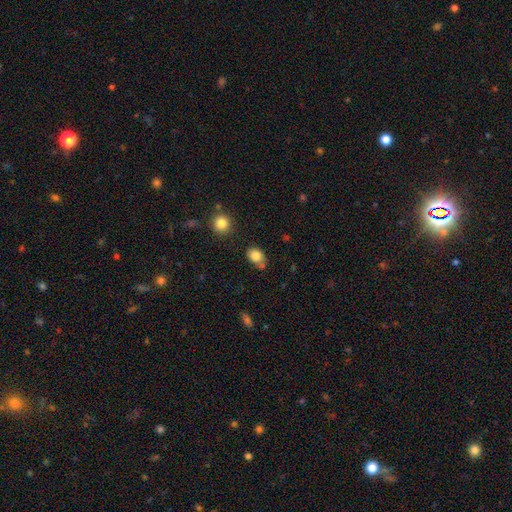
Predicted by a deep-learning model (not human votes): Smooth or featured: smooth — 82% (star or artifact — 10%)
How rounded: in between — 60% (round — 39%)
Merging: none — 62% (minor disturbance — 22%)